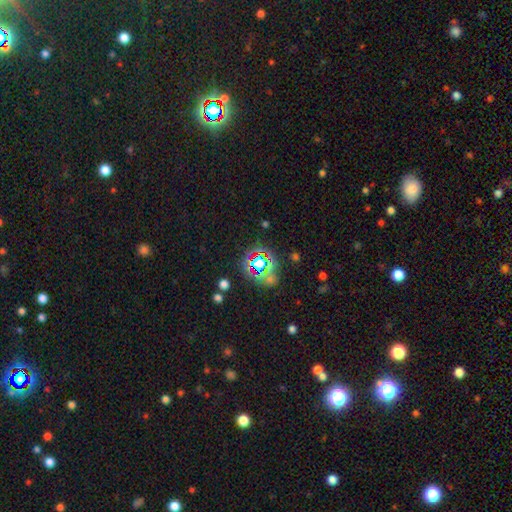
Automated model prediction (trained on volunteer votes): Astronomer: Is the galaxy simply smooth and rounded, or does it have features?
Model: star or artifact — 66%.